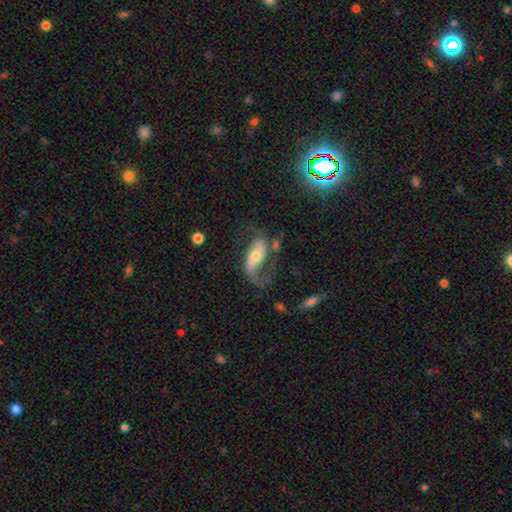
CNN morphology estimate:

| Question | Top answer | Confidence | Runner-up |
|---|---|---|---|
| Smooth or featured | featured or disk | 78% | smooth (16%) |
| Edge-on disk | no | 94% | yes (6%) |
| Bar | no | 36% | weak (33%) |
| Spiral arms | yes | 91% | no (9%) |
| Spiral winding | loose | 64% | medium (29%) |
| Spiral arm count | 2 | 76% | 1 (18%) |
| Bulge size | moderate | 57% | small (32%) |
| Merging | none | 49% | major disturbance (28%) |